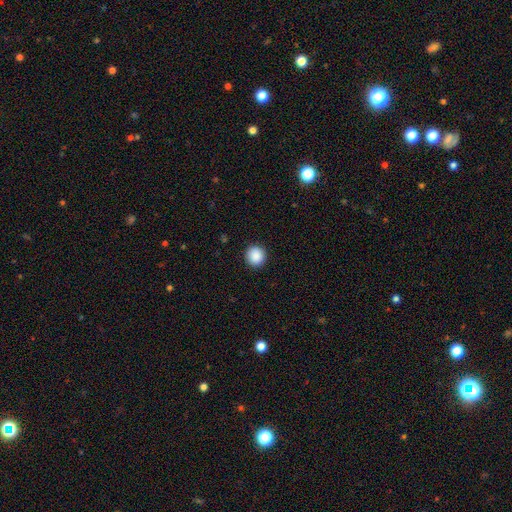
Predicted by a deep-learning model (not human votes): Q: Smooth or featured?
A: smooth (89%); runner-up: star or artifact (8%)
Q: How rounded?
A: round (93%); runner-up: in between (6%)
Q: Merging?
A: none (92%); runner-up: minor disturbance (5%)